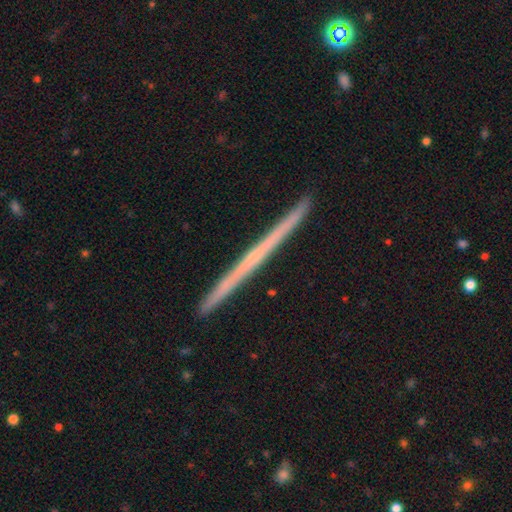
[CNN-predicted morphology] Overall: featured or disk (70%). Edge-on disk: yes (98%). Edge-on bulge: none (78%). Merging: none (93%).